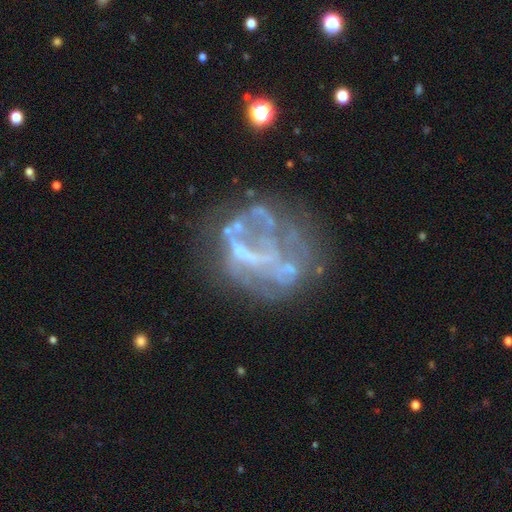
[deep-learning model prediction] Morphology: type=featured or disk (70%); edge-on=no (98%); bar=no (71%); spiral arms=no (82%); bulge=none (73%); merging=none (45%).